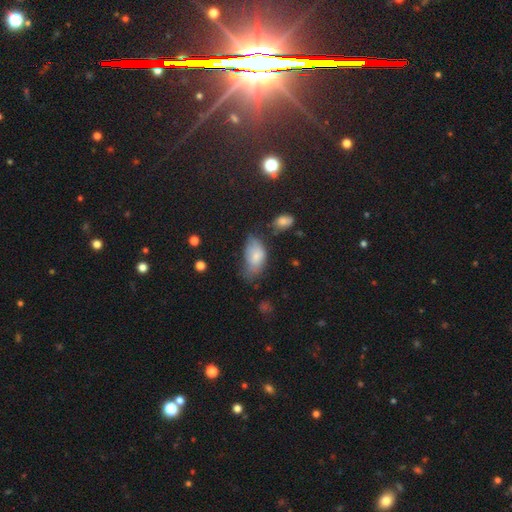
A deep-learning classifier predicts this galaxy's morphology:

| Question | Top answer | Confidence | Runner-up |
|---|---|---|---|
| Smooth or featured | smooth | 75% | featured or disk (16%) |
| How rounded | in between | 93% | round (5%) |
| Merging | minor disturbance | 38% | none (34%) |